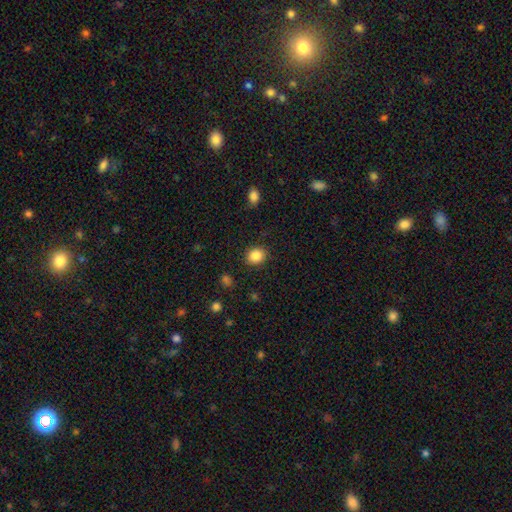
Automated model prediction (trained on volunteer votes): A smooth galaxy with no disk features (87%) that is round (65%). Merging: none (88%).